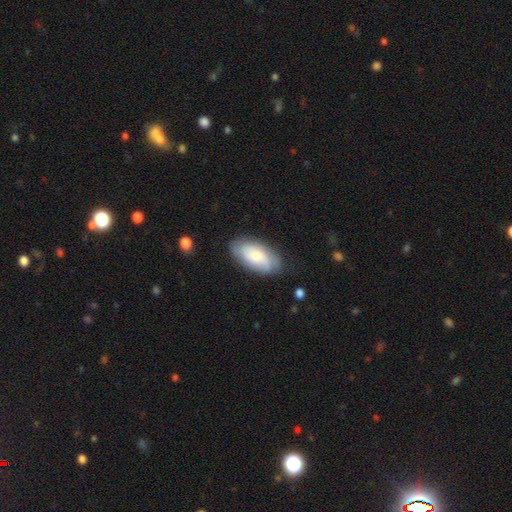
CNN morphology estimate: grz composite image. It shows a smooth galaxy with no disk features (60%) that is in between round and cigar-shaped (93%). Merging: none (78%).